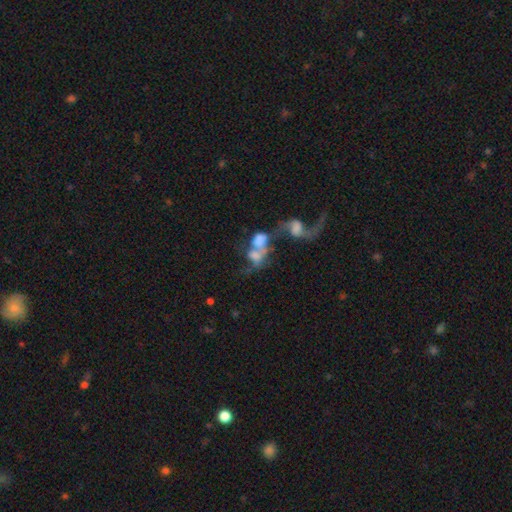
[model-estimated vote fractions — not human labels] This appears to be a featured or disk galaxy (48%). Merging: merger (73%).